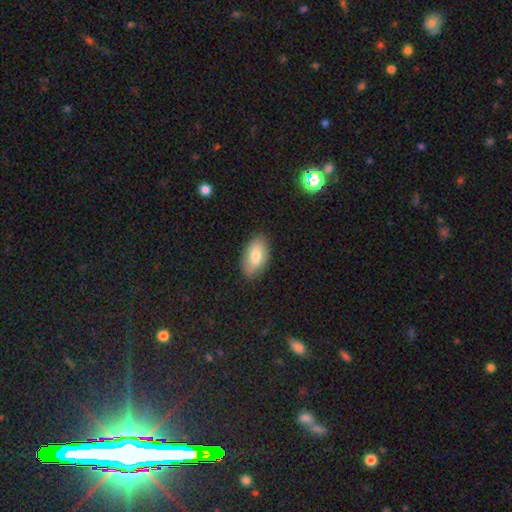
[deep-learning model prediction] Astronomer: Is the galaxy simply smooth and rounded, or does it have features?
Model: smooth — 75%.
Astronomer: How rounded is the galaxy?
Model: in between — 93%.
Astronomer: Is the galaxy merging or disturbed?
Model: none — 85%.